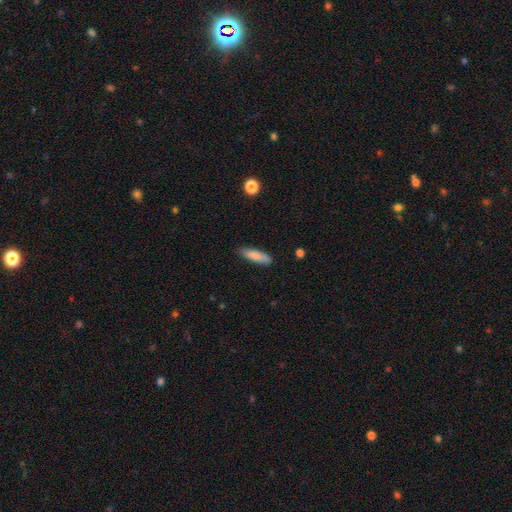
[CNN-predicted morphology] A smooth galaxy with no disk features (84%) that is cigar-shaped (64%). Merging: none (82%).